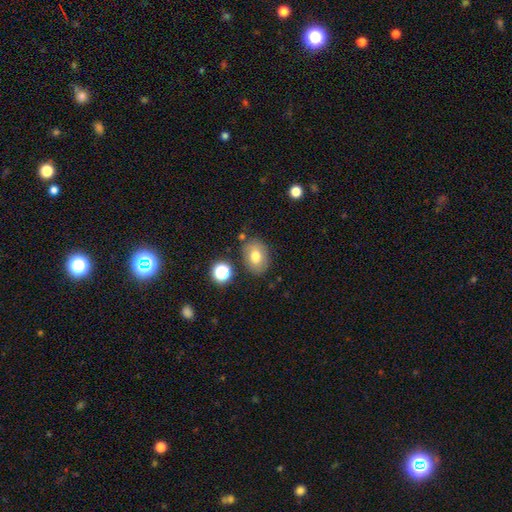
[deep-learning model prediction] smooth 72%, featured or disk 17%, star or artifact 10%. Down the decision tree: how rounded — in between (68%); merging — none (77%).